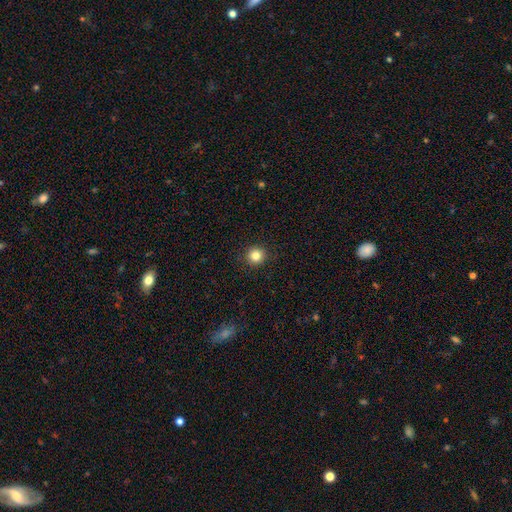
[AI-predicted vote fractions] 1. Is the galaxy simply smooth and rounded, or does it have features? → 83% smooth, 12% star or artifact, 5% featured or disk.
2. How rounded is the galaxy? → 94% round, 5% in between, 1% cigar-shaped.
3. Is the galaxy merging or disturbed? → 93% none, 5% minor disturbance, 2% major disturbance, 1% merger.